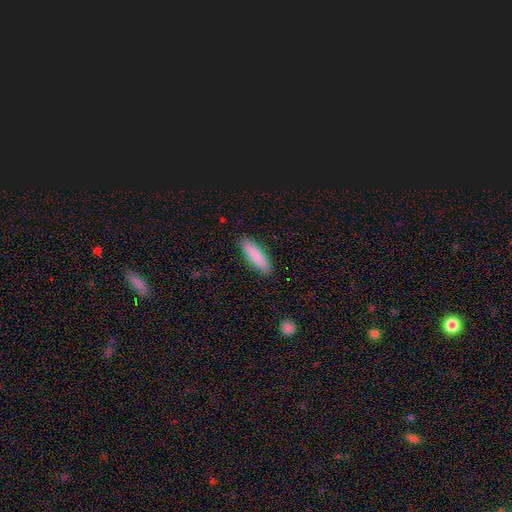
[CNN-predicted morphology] Smooth or featured? Predicted: smooth (p=0.88). How rounded? Predicted: cigar-shaped (p=0.61). Merging? Predicted: none (p=0.90).